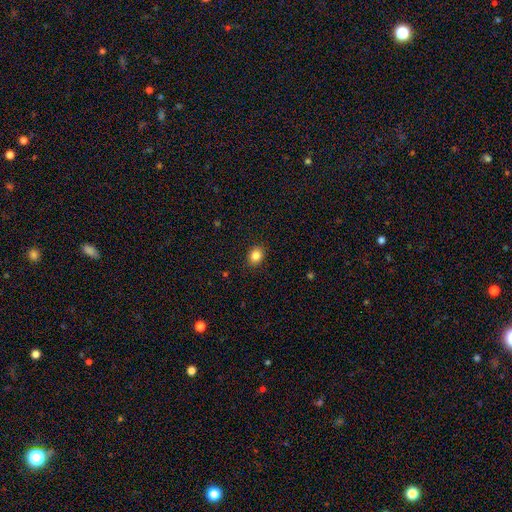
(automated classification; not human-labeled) A smooth galaxy with no disk features (85%) that is round (61%).

Vote fractions:
- Smooth or featured? smooth: 85% / star or artifact: 10% / featured or disk: 5%
- How rounded? round: 61% / in between: 38% / cigar-shaped: 1%
- Merging? none: 90% / minor disturbance: 7% / major disturbance: 2% / merger: 1%